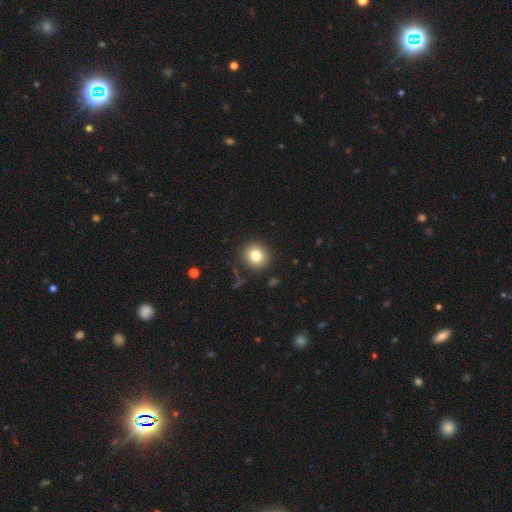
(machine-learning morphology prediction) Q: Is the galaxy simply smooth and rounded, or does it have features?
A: smooth — 80%.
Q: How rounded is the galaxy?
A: round — 91%.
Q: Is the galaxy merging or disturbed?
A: none — 89%.